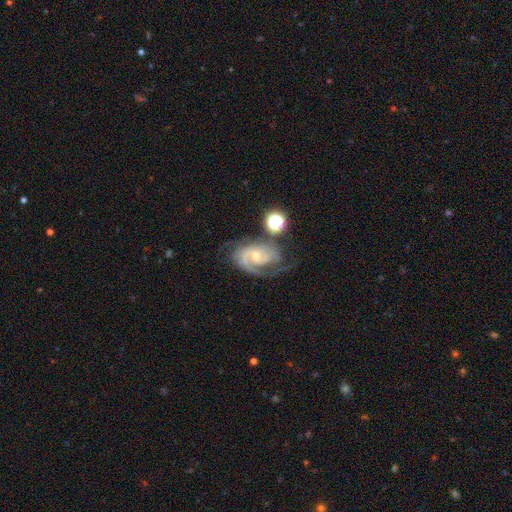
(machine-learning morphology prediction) The model was most divided on "spiral winding": tight: 49%, medium: 40%, loose: 11%. More confident: edge-on disk — no (97%); spiral arms — yes (96%); smooth or featured — featured or disk (86%); bar — no (60%); bulge size — small (58%); spiral arm count — 2 (53%); merging — none (51%).